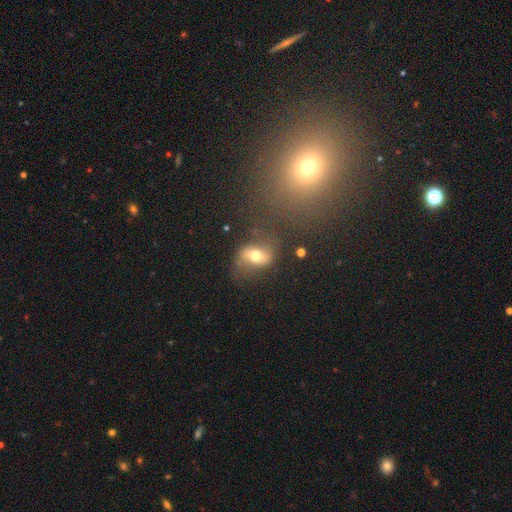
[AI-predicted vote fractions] Smooth or featured? Predicted: smooth (p=0.46). Merging? Predicted: none (p=0.56).